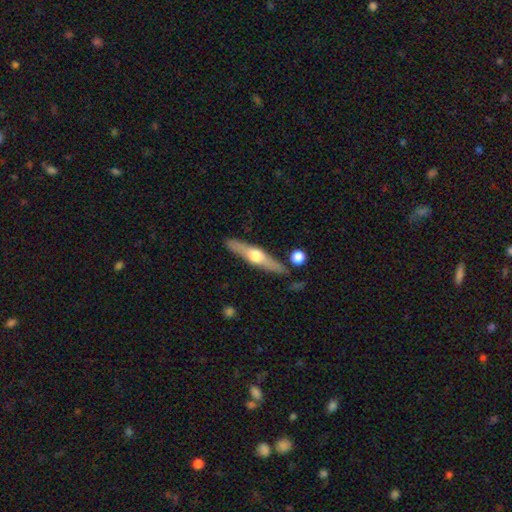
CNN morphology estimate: type=featured or disk (68%); edge-on=yes (96%); edge-on bulge=rounded (95%); merging=none (85%).